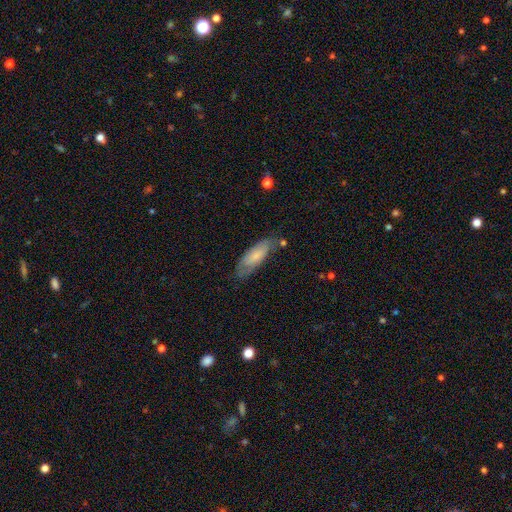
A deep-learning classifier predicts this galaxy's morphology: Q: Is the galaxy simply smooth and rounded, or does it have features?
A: smooth — 69%.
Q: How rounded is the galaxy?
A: in between — 60%.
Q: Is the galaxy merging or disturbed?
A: none — 66%.